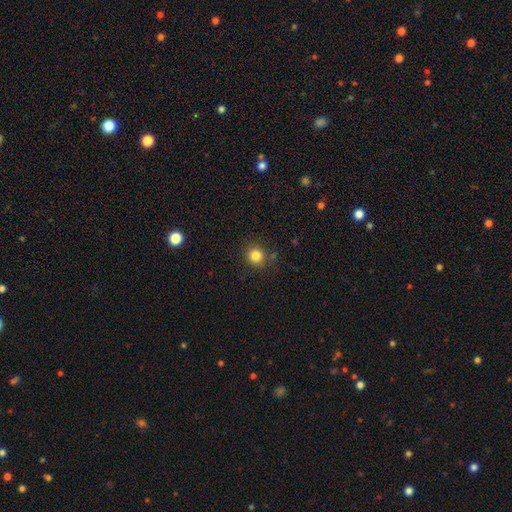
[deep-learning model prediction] Smooth or featured? smooth (82%)
How rounded? round (88%)
Merging? none (83%)